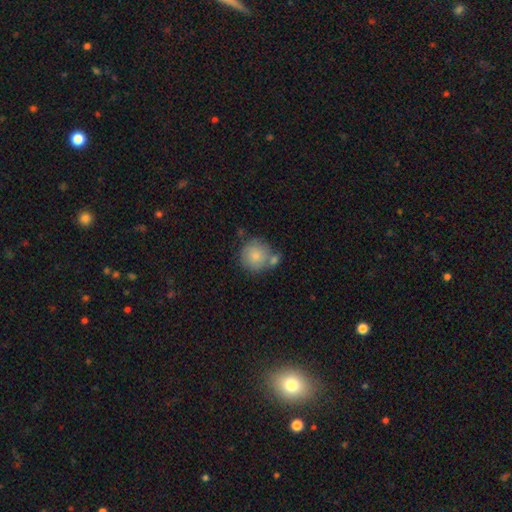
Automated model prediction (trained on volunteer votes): Smooth or featured? Predicted: smooth (p=0.82). How rounded? Predicted: round (p=0.92). Merging? Predicted: none (p=0.58).